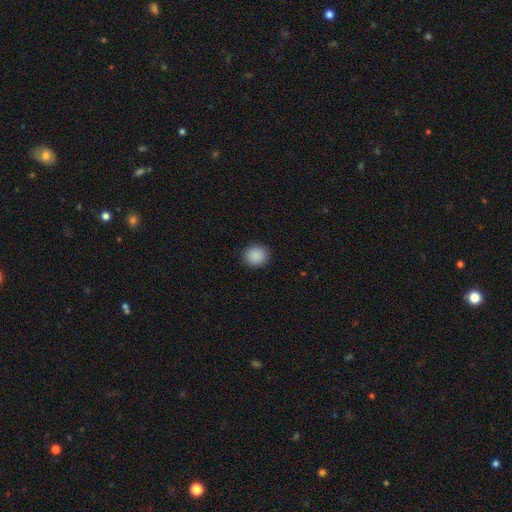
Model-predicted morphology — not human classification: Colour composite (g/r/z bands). It shows a smooth galaxy with no disk features (89%) that is round (82%). Merging: none (91%).